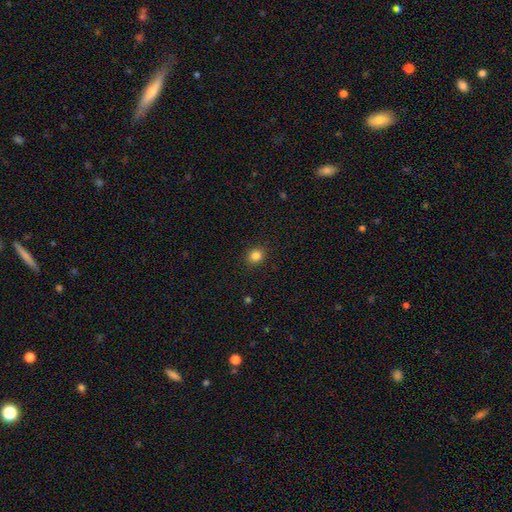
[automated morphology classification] smooth_or_featured: smooth (p=0.84) [alt: star or artifact p=0.11]
how_rounded: round (p=0.74) [alt: in between p=0.25]
merging: none (p=0.90) [alt: minor disturbance p=0.07]